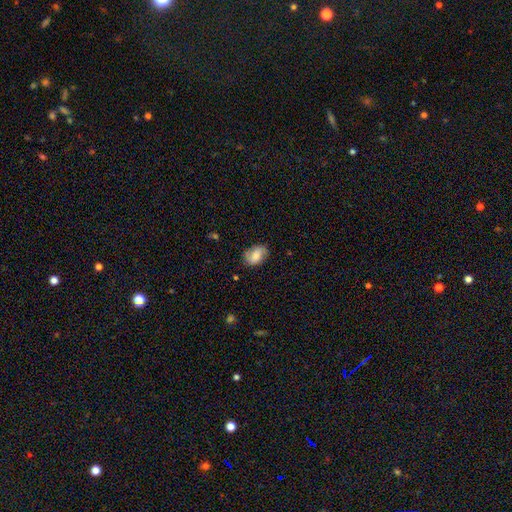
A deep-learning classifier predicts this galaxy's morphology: Overall: smooth (66%). How rounded: in between (84%). Merging: none (74%).